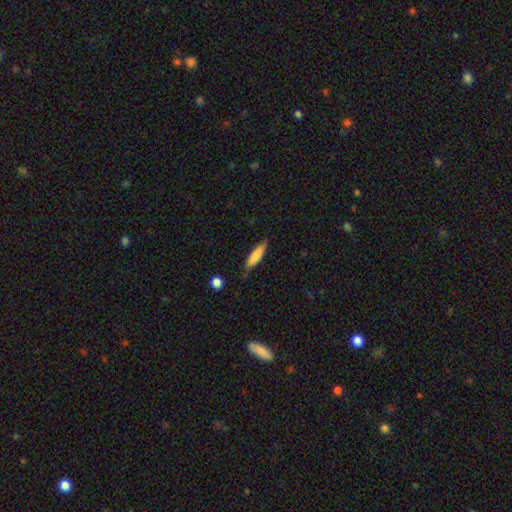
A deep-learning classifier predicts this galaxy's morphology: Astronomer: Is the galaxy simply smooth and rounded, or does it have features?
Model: smooth — 74%.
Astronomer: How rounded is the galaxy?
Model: cigar-shaped — 69%.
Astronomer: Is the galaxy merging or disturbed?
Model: none — 78%.